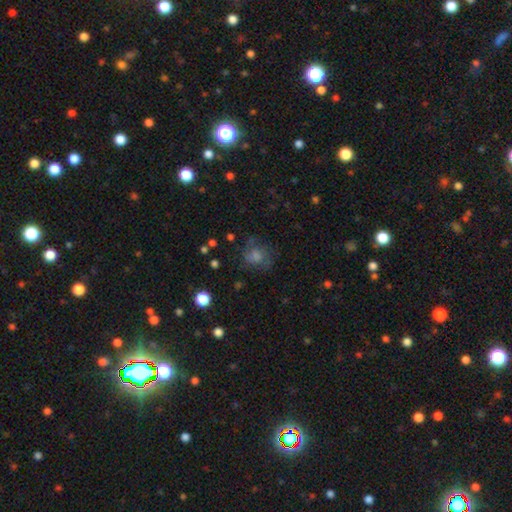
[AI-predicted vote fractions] Smooth or featured? Predicted: featured or disk (p=0.41). Merging? Predicted: none (p=0.70).